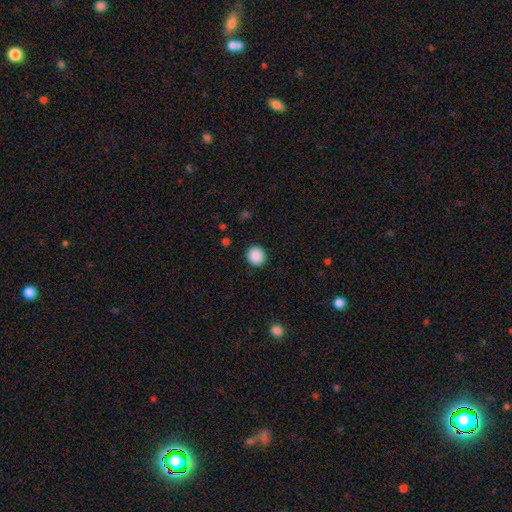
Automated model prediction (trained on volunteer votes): Smooth or featured?
  - smooth: 89% *
  - star or artifact: 9%
  - featured or disk: 2%
How rounded?
  - round: 88% *
  - in between: 12%
  - cigar-shaped: 1%
Merging?
  - none: 91% *
  - minor disturbance: 6%
  - major disturbance: 2%
  - merger: 1%